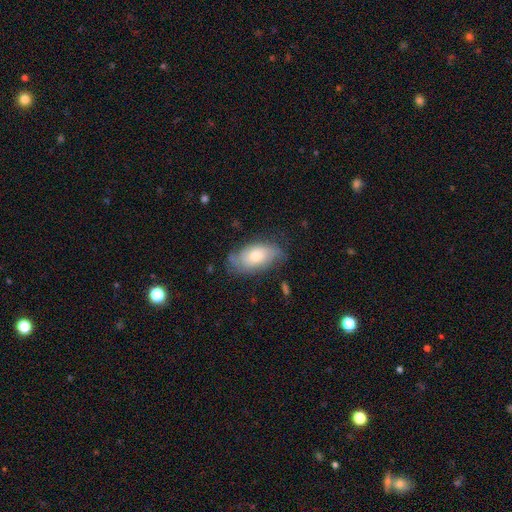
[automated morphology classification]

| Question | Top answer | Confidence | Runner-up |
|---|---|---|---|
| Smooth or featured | smooth | 48% | featured or disk (46%) |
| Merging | none | 64% | minor disturbance (26%) |